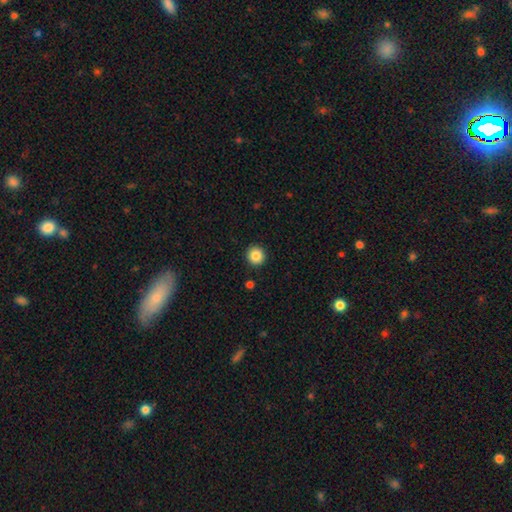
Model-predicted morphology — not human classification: A smooth galaxy with no disk features (86%) that is round (96%).

Vote fractions:
- Smooth or featured? smooth: 86% / star or artifact: 9% / featured or disk: 5%
- How rounded? round: 96% / in between: 4% / cigar-shaped: 1%
- Merging? none: 92% / minor disturbance: 5% / major disturbance: 2% / merger: 1%